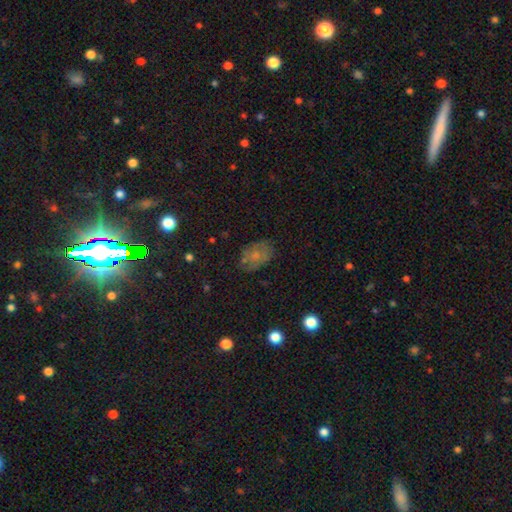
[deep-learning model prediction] Morphology: type=smooth (56%); roundness=in between (79%); merging=none (66%).